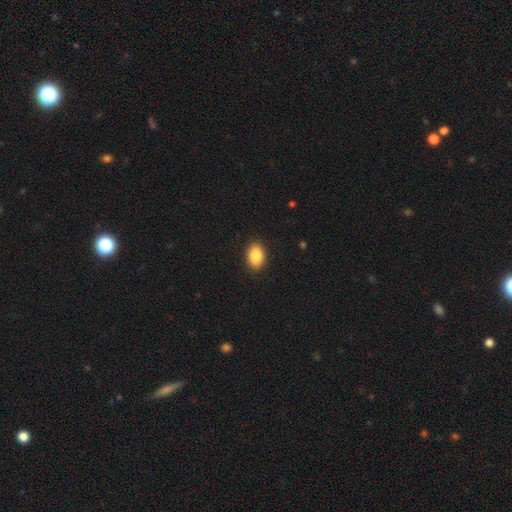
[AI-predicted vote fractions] Smooth or featured? smooth (88%)
How rounded? in between (87%)
Merging? none (90%)